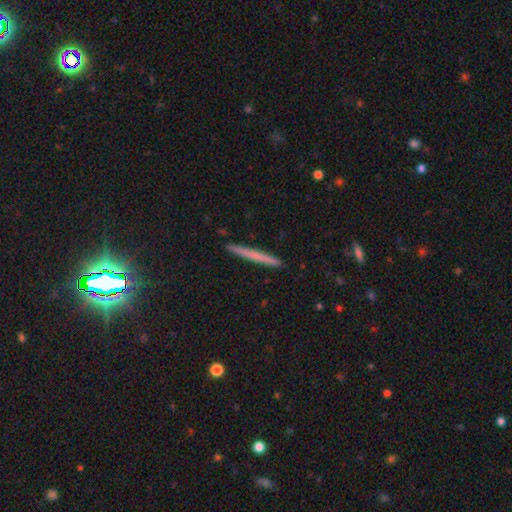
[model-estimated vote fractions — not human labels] This is possibly a smooth galaxy (57%). How rounded: clearly cigar-shaped (97%). Merging: clearly none (92%).